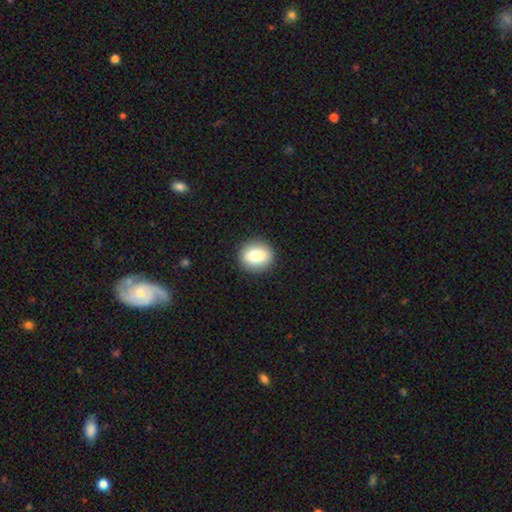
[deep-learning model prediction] Overall: smooth (81%). How rounded: round (76%). Merging: none (91%).